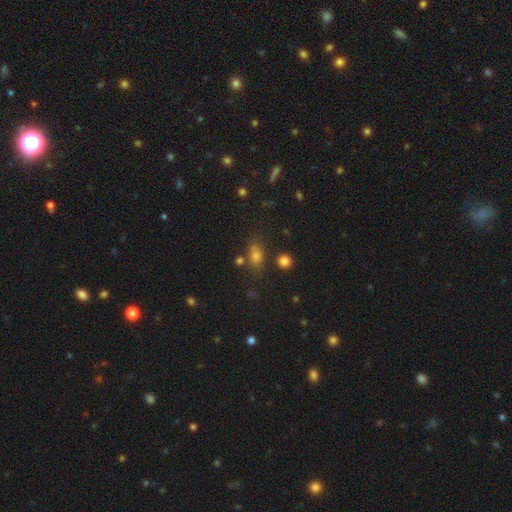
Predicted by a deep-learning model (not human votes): The model was most divided on "how rounded": in between: 59%, round: 34%, cigar-shaped: 7%. More confident: merging — none (70%); smooth or featured — smooth (68%).